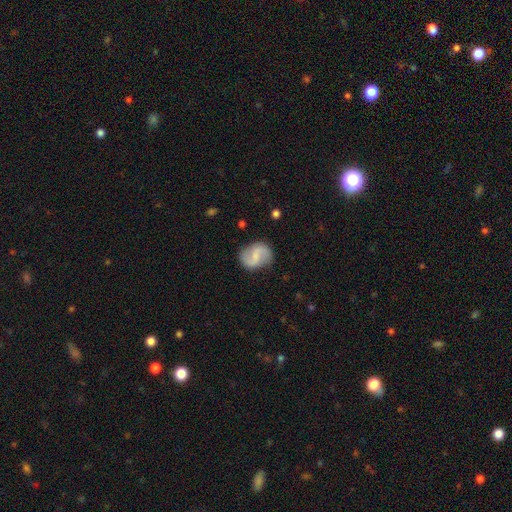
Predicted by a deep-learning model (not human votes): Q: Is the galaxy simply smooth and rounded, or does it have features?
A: featured or disk — 70%.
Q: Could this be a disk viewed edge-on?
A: no — 98%.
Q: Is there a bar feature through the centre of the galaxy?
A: weak — 51%.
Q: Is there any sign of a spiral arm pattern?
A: yes — 93%.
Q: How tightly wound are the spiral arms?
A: loose — 52%.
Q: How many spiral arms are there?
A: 2 — 92%.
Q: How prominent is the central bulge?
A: small — 43%.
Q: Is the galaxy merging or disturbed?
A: none — 81%.